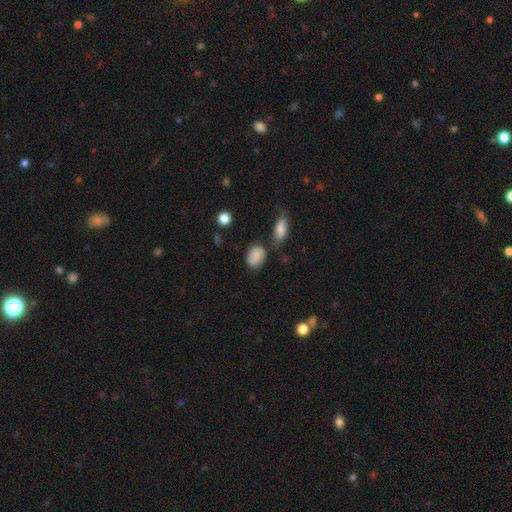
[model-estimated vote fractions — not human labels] A smooth galaxy with no disk features (78%) that is in between round and cigar-shaped (69%).

Vote fractions:
- Smooth or featured? smooth: 78% / featured or disk: 12% / star or artifact: 9%
- How rounded? in between: 69% / round: 29% / cigar-shaped: 2%
- Merging? none: 64% / minor disturbance: 21% / merger: 9% / major disturbance: 6%